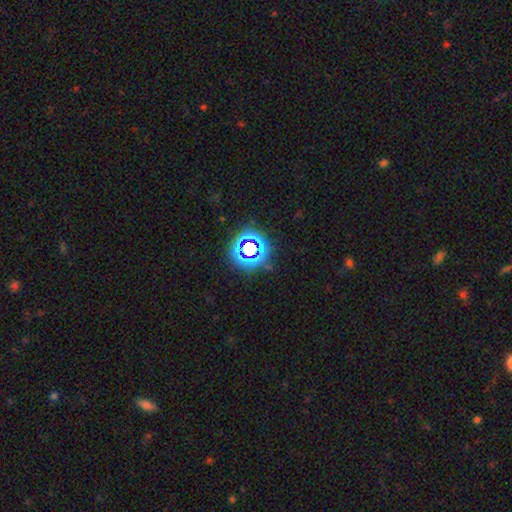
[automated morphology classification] Smooth or featured? star or artifact (68%)